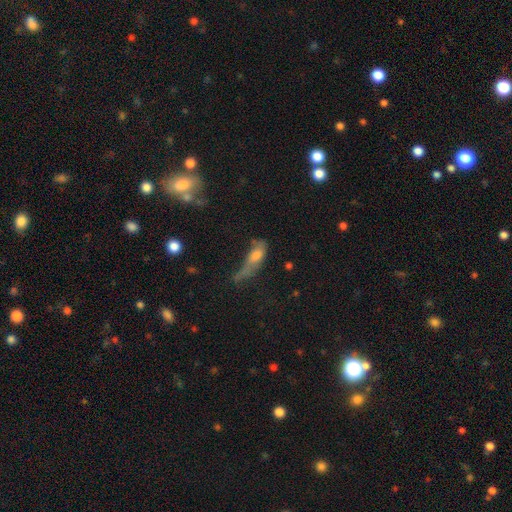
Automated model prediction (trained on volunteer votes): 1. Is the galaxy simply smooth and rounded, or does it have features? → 53% smooth, 33% featured or disk, 13% star or artifact.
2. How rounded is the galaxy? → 49% in between, 45% cigar-shaped, 5% round.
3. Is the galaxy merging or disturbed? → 42% major disturbance, 26% minor disturbance, 24% none, 8% merger.